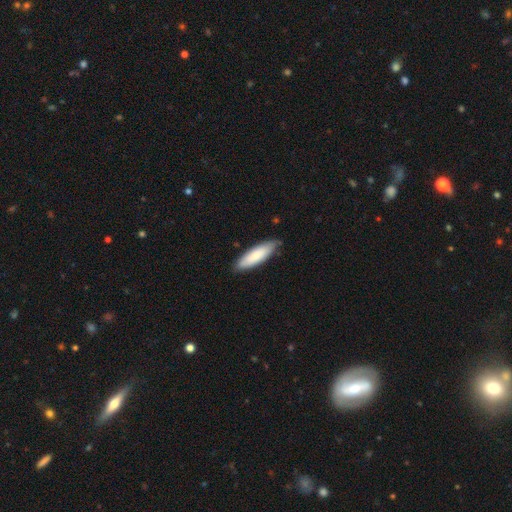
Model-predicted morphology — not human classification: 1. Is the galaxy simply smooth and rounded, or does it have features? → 81% smooth, 14% featured or disk, 5% star or artifact.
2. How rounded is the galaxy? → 56% cigar-shaped, 43% in between, 1% round.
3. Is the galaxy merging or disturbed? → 81% none, 15% minor disturbance, 2% major disturbance, 1% merger.